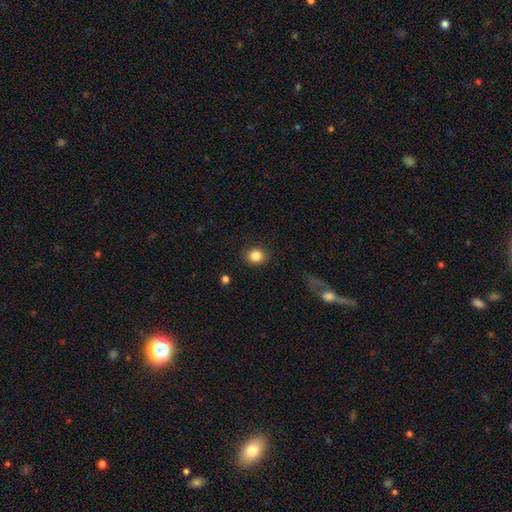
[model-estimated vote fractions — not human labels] Morphology: type=smooth (85%); roundness=round (74%); merging=none (88%).